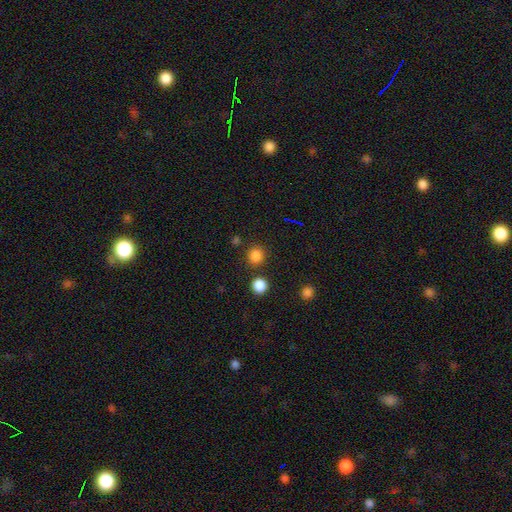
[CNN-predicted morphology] Smooth or featured: smooth — 83% (star or artifact — 14%)
How rounded: round — 87% (in between — 12%)
Merging: none — 83% (minor disturbance — 8%)